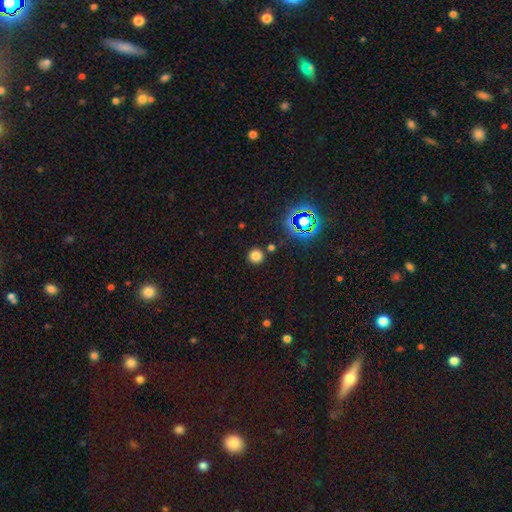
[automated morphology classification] Smooth or featured? Predicted: smooth (p=0.73). How rounded? Predicted: round (p=0.93). Merging? Predicted: none (p=0.86).